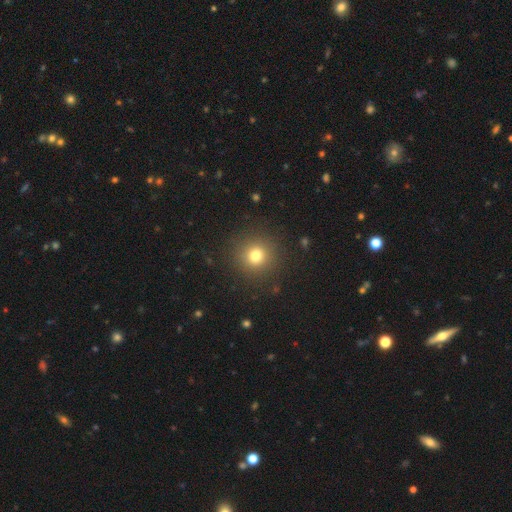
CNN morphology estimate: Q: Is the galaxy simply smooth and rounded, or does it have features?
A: smooth — 77%.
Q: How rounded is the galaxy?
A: round — 94%.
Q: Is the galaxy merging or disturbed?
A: none — 90%.